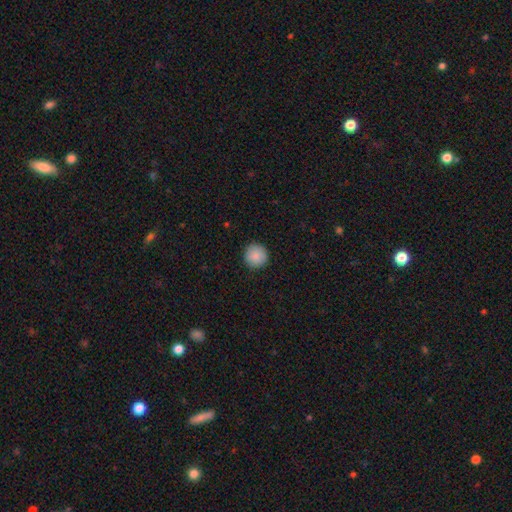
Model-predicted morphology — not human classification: This is clearly a smooth galaxy (88%). How rounded: clearly round (95%). Merging: clearly none (90%).